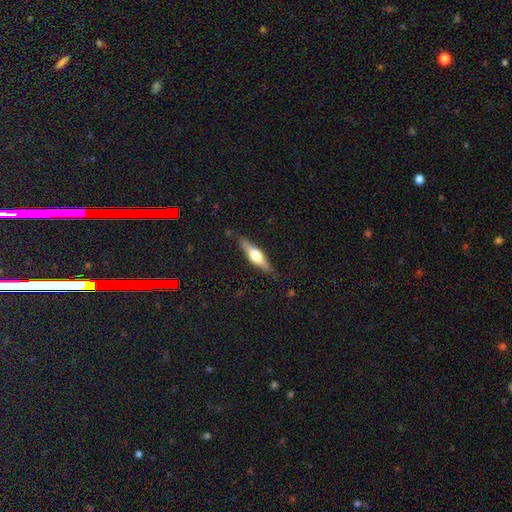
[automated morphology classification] Smooth or featured? featured or disk (55%)
Edge-on disk? yes (93%)
Edge-on bulge? rounded (92%)
Merging? none (85%)